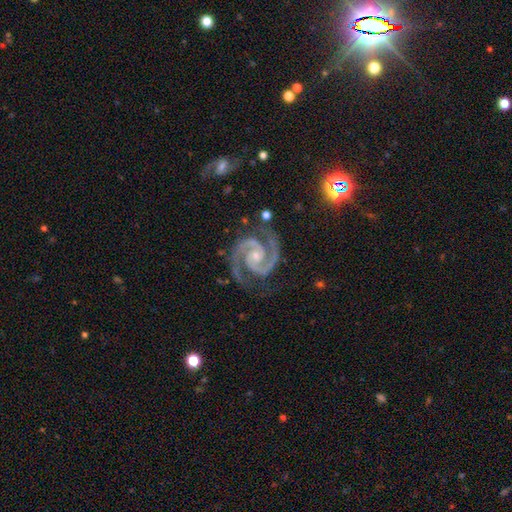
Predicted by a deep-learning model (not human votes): smooth-or-featured: featured or disk: 94% | star or artifact: 4% | smooth: 2%
  disk-edge-on: no: 99% | yes: 1%
    bar: no: 59% | weak: 28% | strong: 13%
    has-spiral-arms: yes: 99% | no: 1%
      spiral-winding: tight: 52% | medium: 44% | loose: 4%
      spiral-arm-count: 2: 94% | 3: 2% | can't tell: 1% | 1: 1% | 4: 1% | more than 4: 1%
    bulge-size: small: 63% | moderate: 29% | none: 5% | large: 1% | dominant: 1%
  merging: none: 82% | minor disturbance: 13% | major disturbance: 4% | merger: 2%